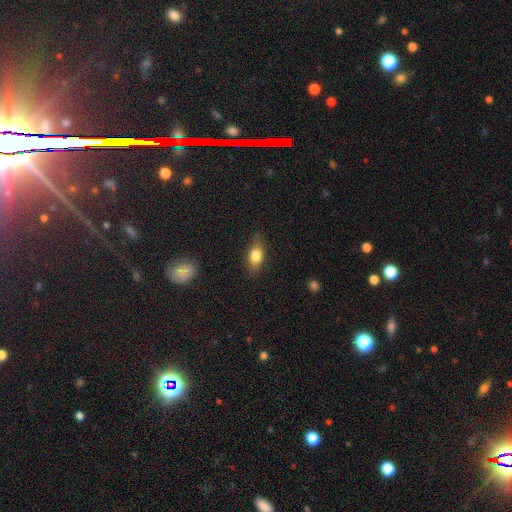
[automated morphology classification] Q: Smooth or featured?
A: smooth (70%); runner-up: featured or disk (22%)
Q: How rounded?
A: in between (75%); runner-up: cigar-shaped (15%)
Q: Merging?
A: none (80%); runner-up: minor disturbance (16%)